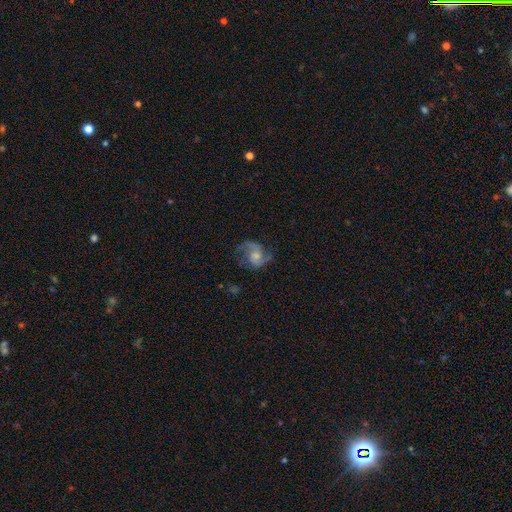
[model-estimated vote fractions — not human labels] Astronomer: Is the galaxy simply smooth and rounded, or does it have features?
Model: featured or disk — 77%.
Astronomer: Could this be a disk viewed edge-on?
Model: no — 98%.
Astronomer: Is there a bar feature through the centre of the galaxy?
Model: no — 66%.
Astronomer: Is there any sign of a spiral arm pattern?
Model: yes — 94%.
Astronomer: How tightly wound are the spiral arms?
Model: medium — 49% (runner-up: loose, 36%).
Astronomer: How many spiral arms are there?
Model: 2 — 80%.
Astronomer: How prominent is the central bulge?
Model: moderate — 45% (runner-up: small, 39%).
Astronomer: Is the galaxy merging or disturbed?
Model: none — 62%.